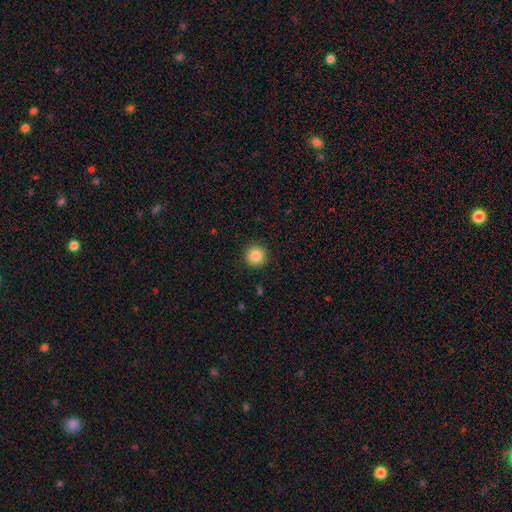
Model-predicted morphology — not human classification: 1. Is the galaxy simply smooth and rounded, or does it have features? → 86% smooth, 10% star or artifact, 5% featured or disk.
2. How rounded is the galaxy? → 95% round, 4% in between, 1% cigar-shaped.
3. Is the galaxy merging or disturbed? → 92% none, 5% minor disturbance, 2% major disturbance, 1% merger.